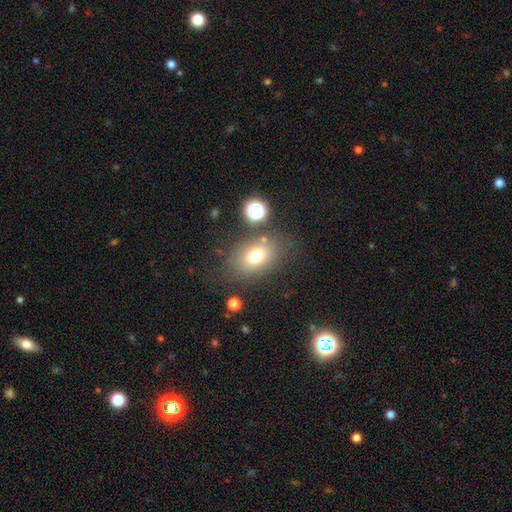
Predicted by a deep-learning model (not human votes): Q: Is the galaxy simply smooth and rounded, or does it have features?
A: smooth — 73%.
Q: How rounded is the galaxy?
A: in between — 71%.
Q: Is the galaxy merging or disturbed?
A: none — 72%.